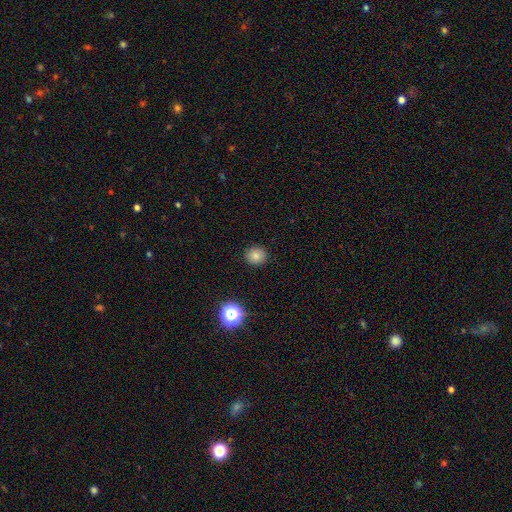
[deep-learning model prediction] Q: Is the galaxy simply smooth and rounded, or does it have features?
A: smooth — 79%.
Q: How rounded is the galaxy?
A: round — 86%.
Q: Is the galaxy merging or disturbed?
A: none — 91%.